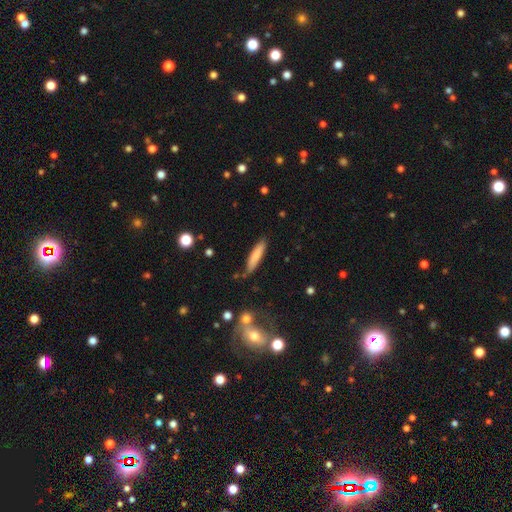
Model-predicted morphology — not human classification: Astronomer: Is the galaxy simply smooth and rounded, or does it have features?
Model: smooth — 79%.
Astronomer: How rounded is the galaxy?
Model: cigar-shaped — 84%.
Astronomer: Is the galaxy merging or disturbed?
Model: none — 80%.